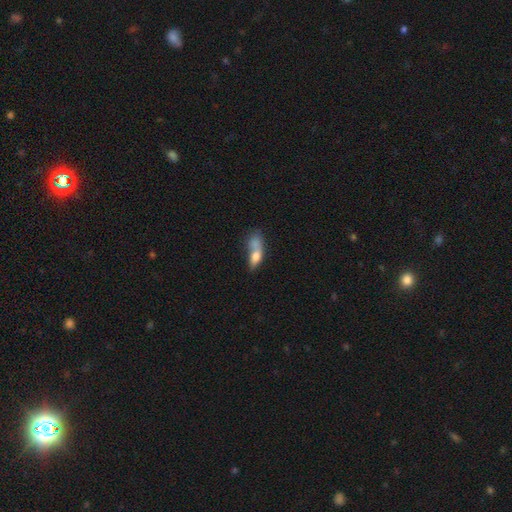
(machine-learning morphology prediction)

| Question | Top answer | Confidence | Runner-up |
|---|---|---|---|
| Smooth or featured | smooth | 70% | featured or disk (22%) |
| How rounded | in between | 63% | cigar-shaped (29%) |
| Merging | merger | 45% | none (22%) |